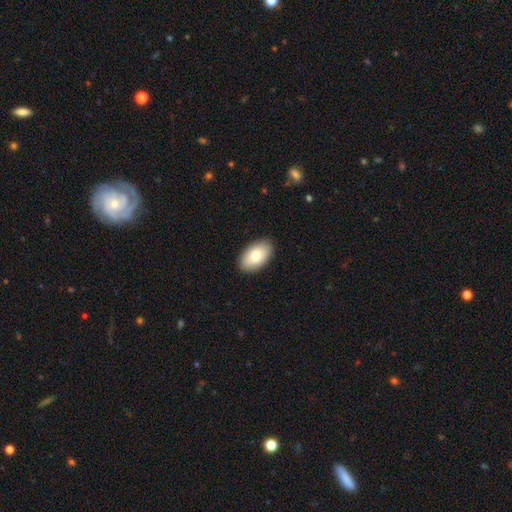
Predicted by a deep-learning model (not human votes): This appears to be a smooth galaxy with no disk features (81%) that is in between round and cigar-shaped (95%). Merging: none (89%).